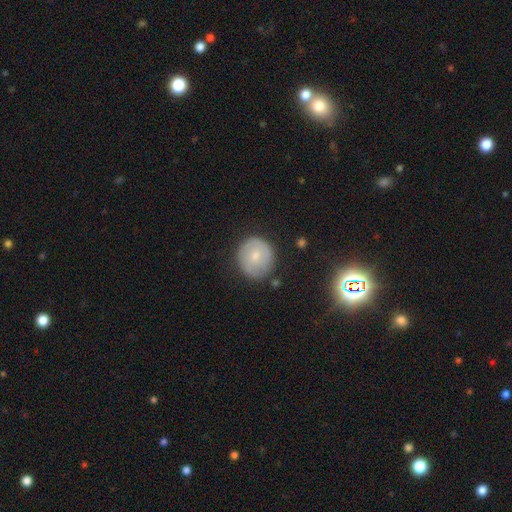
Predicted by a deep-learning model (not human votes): A smooth galaxy with no disk features (62%) that is round (88%).

Vote fractions:
- Smooth or featured? smooth: 62% / featured or disk: 31% / star or artifact: 7%
- How rounded? round: 88% / in between: 11% / cigar-shaped: 1%
- Merging? none: 76% / minor disturbance: 18% / major disturbance: 4% / merger: 2%